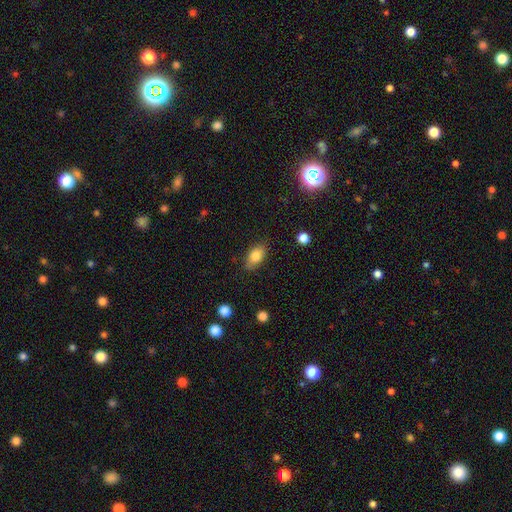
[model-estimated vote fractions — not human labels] This appears to be a smooth galaxy with no disk features (82%) that is in between round and cigar-shaped (88%). Merging: none (81%).